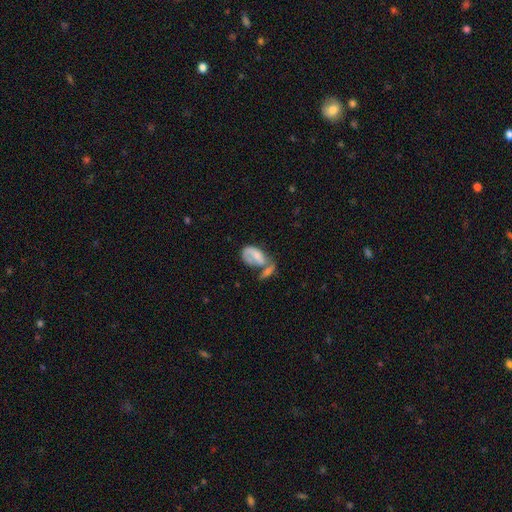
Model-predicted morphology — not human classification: A smooth galaxy with no disk features (57%) that is in between round and cigar-shaped (90%).

Vote fractions:
- Smooth or featured? smooth: 57% / featured or disk: 35% / star or artifact: 8%
- How rounded? in between: 90% / round: 6% / cigar-shaped: 4%
- Merging? merger: 51% / major disturbance: 20% / none: 17% / minor disturbance: 12%